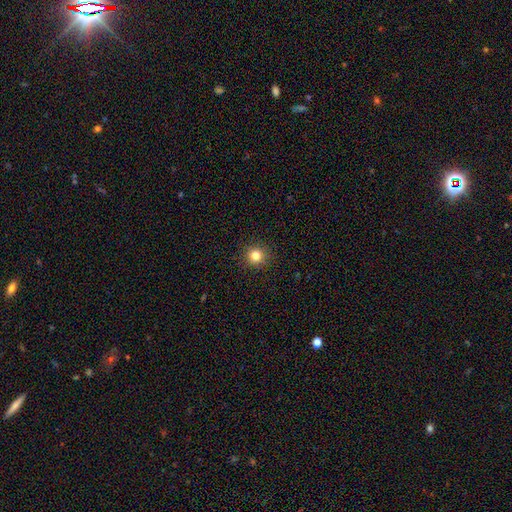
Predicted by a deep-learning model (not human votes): Morphology: type=smooth (82%); roundness=round (93%); merging=none (92%).